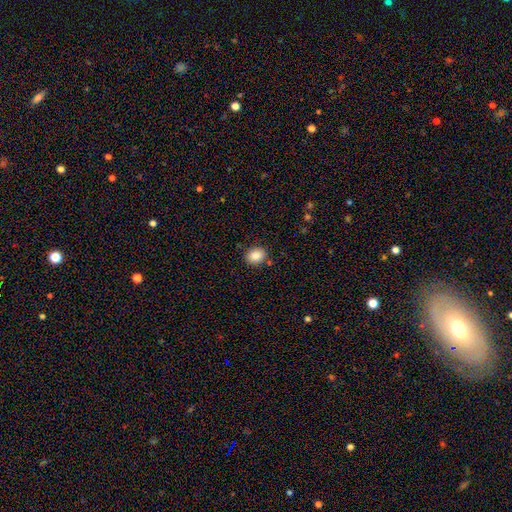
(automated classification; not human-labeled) Q: Smooth or featured?
A: smooth (87%); runner-up: star or artifact (9%)
Q: How rounded?
A: round (52%); runner-up: in between (47%)
Q: Merging?
A: none (87%); runner-up: minor disturbance (8%)